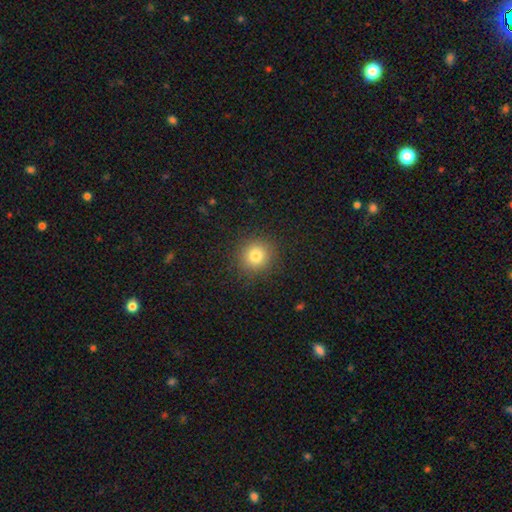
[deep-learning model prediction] Smooth or featured? smooth (80%)
How rounded? round (91%)
Merging? none (90%)